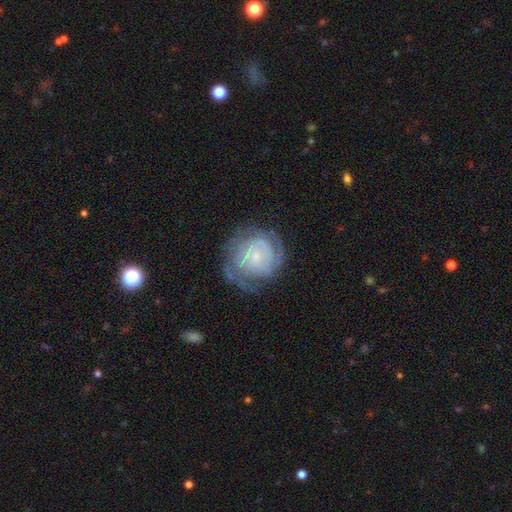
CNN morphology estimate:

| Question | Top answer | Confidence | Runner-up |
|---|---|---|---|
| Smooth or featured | featured or disk | 74% | smooth (18%) |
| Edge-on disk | no | 98% | yes (2%) |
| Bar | no | 76% | weak (20%) |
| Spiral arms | yes | 86% | no (14%) |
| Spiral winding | tight | 73% | medium (21%) |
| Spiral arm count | can't tell | 49% | 2 (19%) |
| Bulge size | small | 78% | moderate (13%) |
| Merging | none | 65% | minor disturbance (20%) |